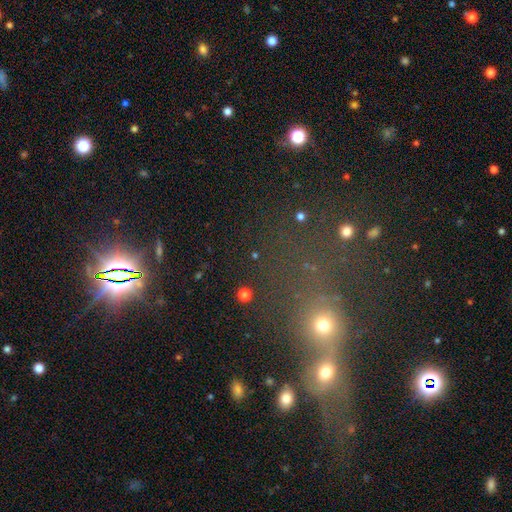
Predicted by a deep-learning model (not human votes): smooth_or_featured: star or artifact (p=0.47) [alt: smooth p=0.41]